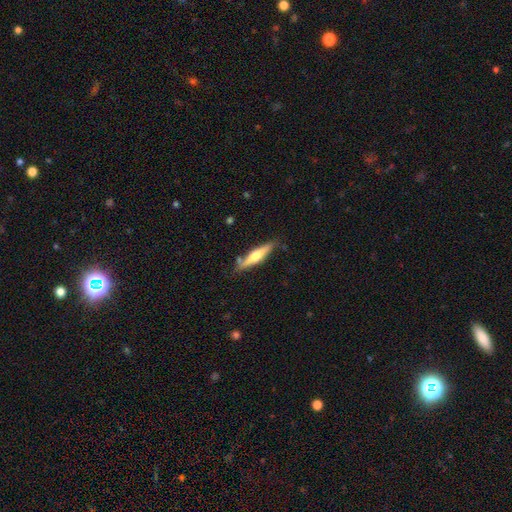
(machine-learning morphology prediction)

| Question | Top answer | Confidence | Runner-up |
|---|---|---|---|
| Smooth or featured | featured or disk | 51% | smooth (43%) |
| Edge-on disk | yes | 92% | no (8%) |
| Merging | none | 78% | minor disturbance (15%) |